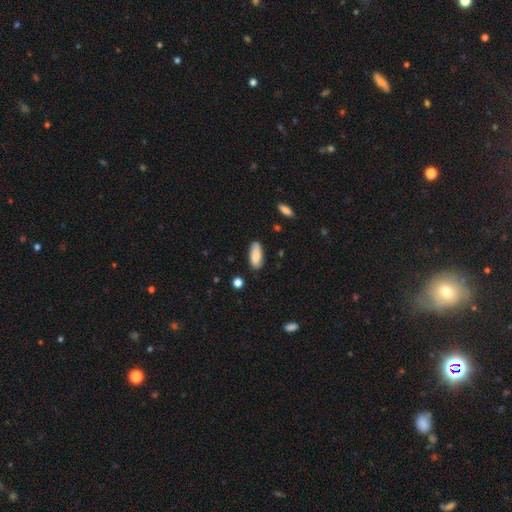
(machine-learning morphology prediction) A smooth galaxy with no disk features (86%) that is in between round and cigar-shaped (82%). Merging: none (82%).